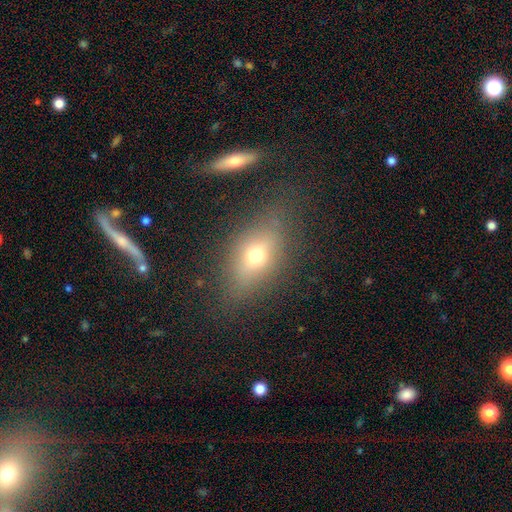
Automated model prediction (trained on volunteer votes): This appears to be a smooth galaxy with no disk features (58%) that is in between round and cigar-shaped (72%). Merging: none (76%).